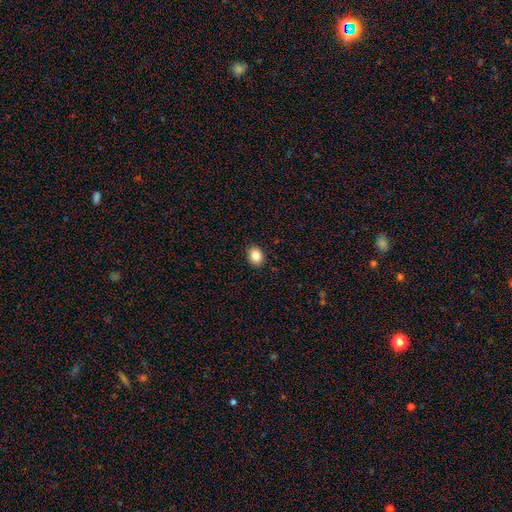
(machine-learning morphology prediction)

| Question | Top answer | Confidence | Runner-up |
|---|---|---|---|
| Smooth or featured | smooth | 86% | star or artifact (9%) |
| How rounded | in between | 54% | round (45%) |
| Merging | none | 90% | minor disturbance (7%) |